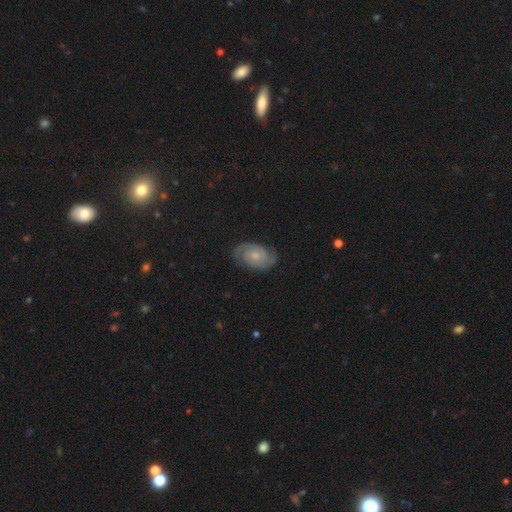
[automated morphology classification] A featured or disk galaxy (83%) with no bar (71%), 2 (88%) tight (60%) spiral arms (96%) and a small central bulge (57%).

Vote fractions:
- Smooth or featured? featured or disk: 83% / smooth: 11% / star or artifact: 6%
- Edge-on disk? no: 97% / yes: 3%
- Bar? no: 71% / weak: 25% / strong: 4%
- Spiral arms? yes: 96% / no: 4%
- Spiral winding? tight: 60% / medium: 32% / loose: 7%
- Spiral arm count? 2: 88% / can't tell: 6% / 3: 3% / 1: 2% / 4: 1% / more than 4: 1%
- Bulge size? small: 57% / moderate: 36% / none: 4% / large: 2% / dominant: 1%
- Merging? none: 83% / minor disturbance: 12% / major disturbance: 4% / merger: 1%